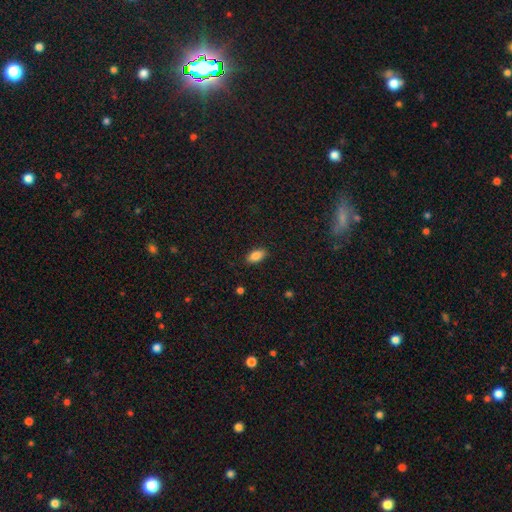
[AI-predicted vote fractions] Q: Smooth or featured?
A: smooth (85%); runner-up: star or artifact (8%)
Q: How rounded?
A: in between (92%); runner-up: cigar-shaped (5%)
Q: Merging?
A: none (88%); runner-up: minor disturbance (9%)